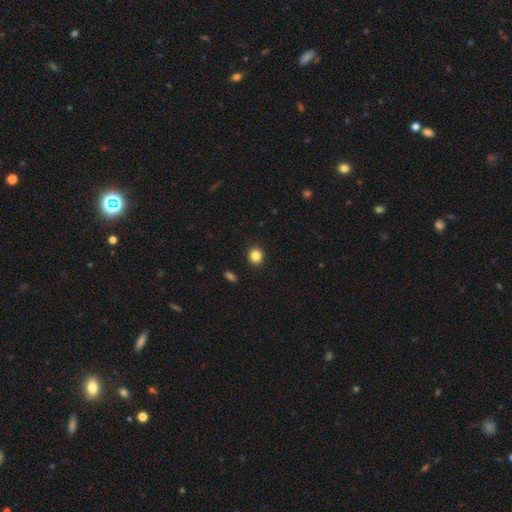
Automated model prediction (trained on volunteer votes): A smooth galaxy with no disk features (85%) that is round (82%). Merging: none (92%).